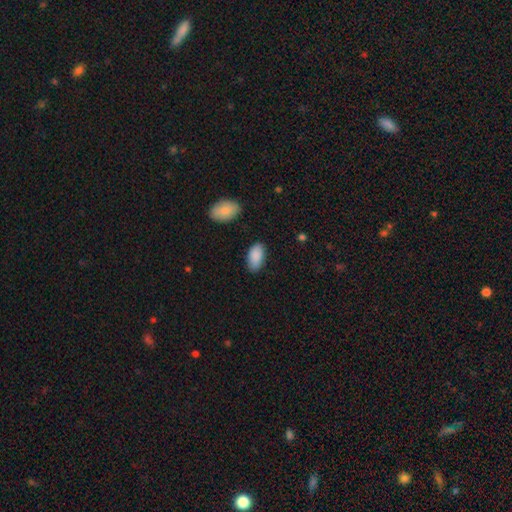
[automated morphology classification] smooth_or_featured: smooth (p=0.89) [alt: star or artifact p=0.06]
how_rounded: in between (p=0.95) [alt: round p=0.03]
merging: none (p=0.81) [alt: minor disturbance p=0.14]